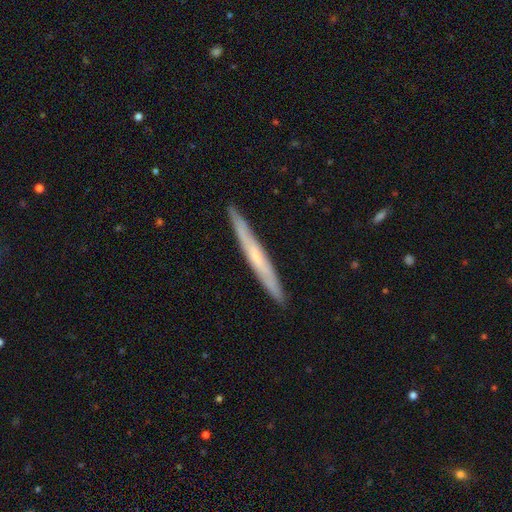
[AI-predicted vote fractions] The model was most divided on "smooth or featured": featured or disk: 53%, smooth: 42%, star or artifact: 6%. More confident: edge-on disk — yes (94%); merging — none (91%).